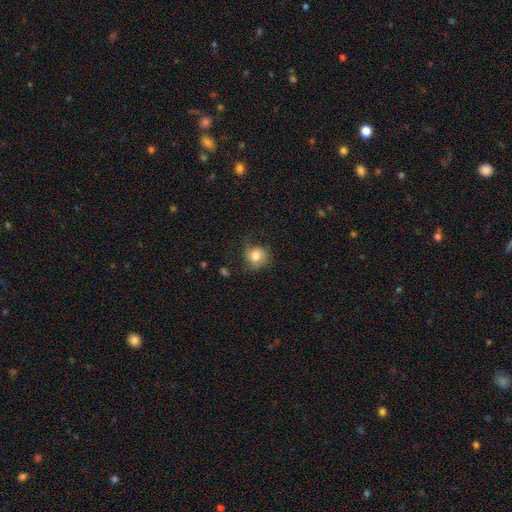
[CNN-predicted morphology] type=smooth (79%); roundness=round (83%); merging=none (67%).